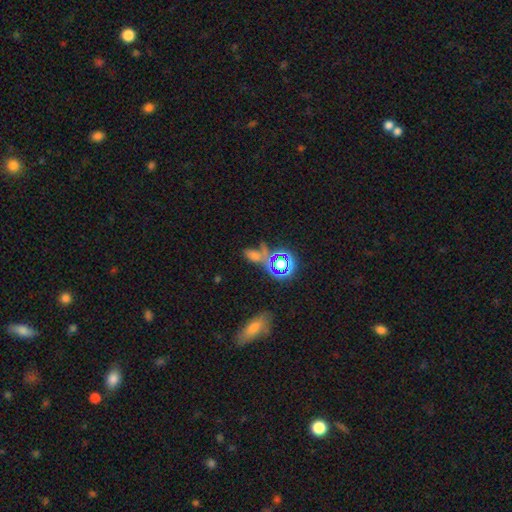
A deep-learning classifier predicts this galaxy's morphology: This is possibly a smooth galaxy (46%). Merging: possibly none (47%).